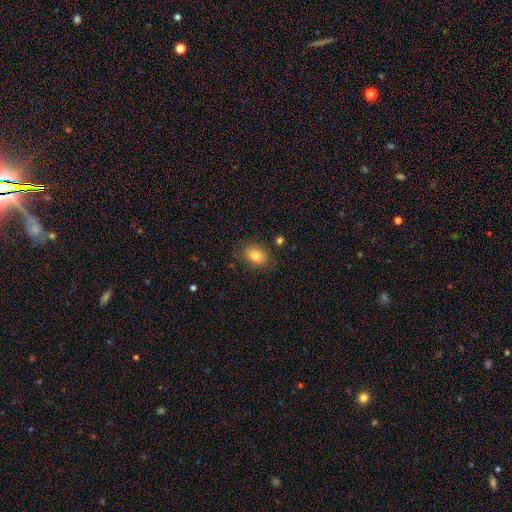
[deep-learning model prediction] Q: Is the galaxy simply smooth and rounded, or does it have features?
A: smooth — 80%.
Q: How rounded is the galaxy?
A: in between — 75%.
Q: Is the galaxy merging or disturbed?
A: none — 83%.